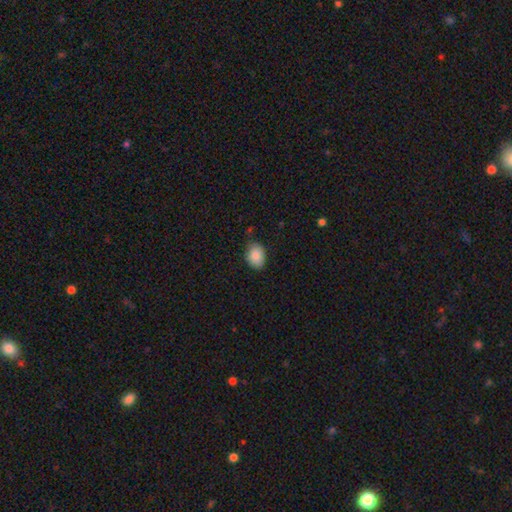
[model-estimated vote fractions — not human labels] Smooth or featured: smooth — 87% (star or artifact — 7%)
How rounded: in between — 77% (round — 22%)
Merging: none — 78% (minor disturbance — 18%)